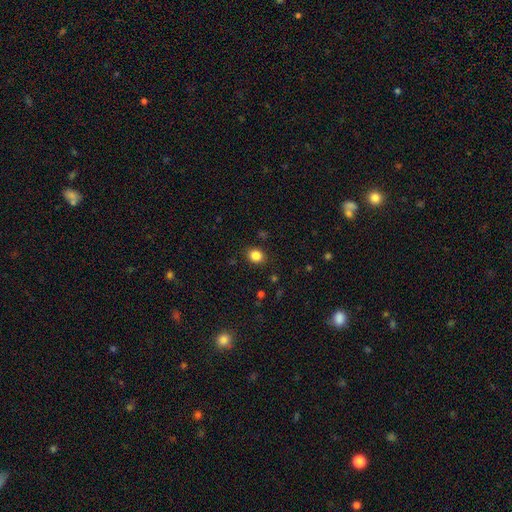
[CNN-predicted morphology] type=smooth (85%); roundness=round (67%); merging=none (89%).